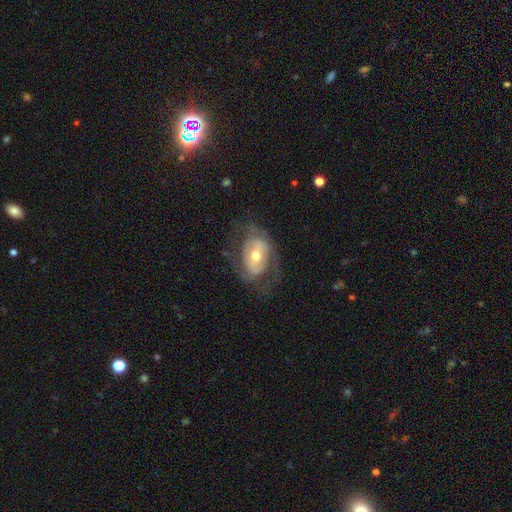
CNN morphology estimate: smooth_or_featured: featured or disk (p=0.69) [alt: smooth p=0.25]
disk_edge_on: no (p=0.94) [alt: yes p=0.06]
bar: no (p=0.39) [alt: weak p=0.38]
has_spiral_arms: yes (p=0.66) [alt: no p=0.34]
bulge_size: moderate (p=0.64) [alt: small p=0.30]
merging: none (p=0.57) [alt: minor disturbance p=0.21]